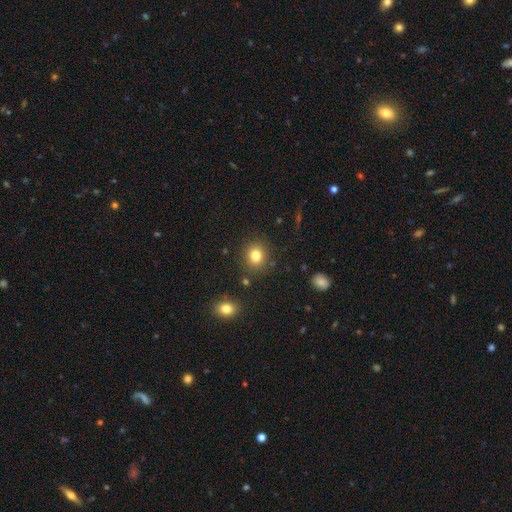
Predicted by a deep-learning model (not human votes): A smooth galaxy with no disk features (82%) that is round (75%). Merging: none (86%).